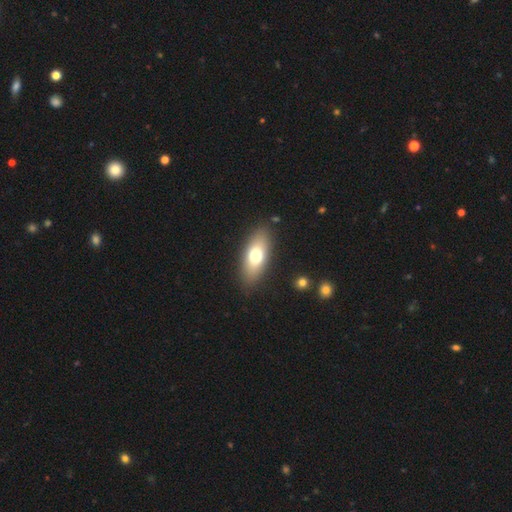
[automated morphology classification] The model was most divided on "smooth or featured": smooth: 69%, featured or disk: 24%, star or artifact: 7%. More confident: merging — none (87%); how rounded — in between (78%).